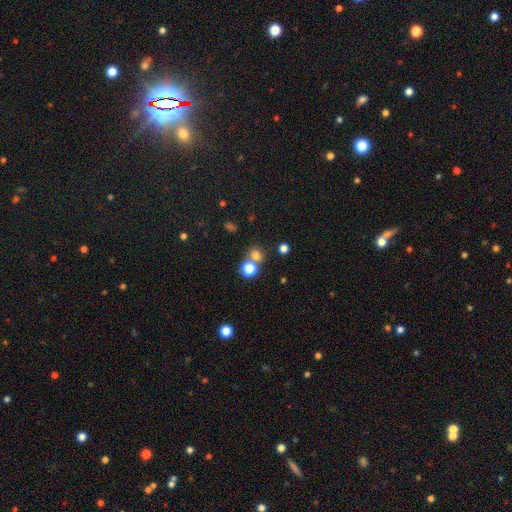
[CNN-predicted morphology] Smooth or featured? Predicted: smooth (p=0.73). How rounded? Predicted: round (p=0.78). Merging? Predicted: none (p=0.58).